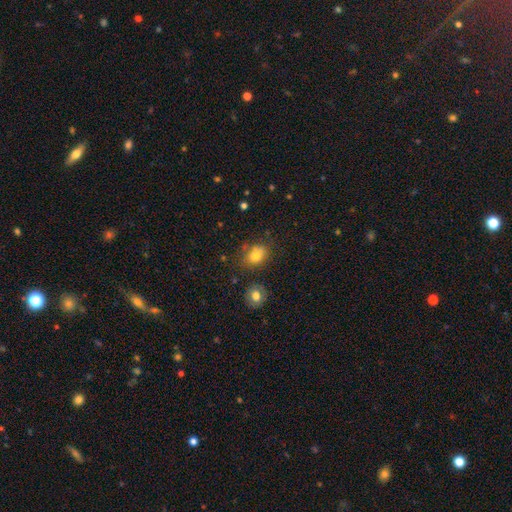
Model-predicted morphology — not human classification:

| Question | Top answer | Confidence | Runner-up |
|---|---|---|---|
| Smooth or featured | smooth | 77% | star or artifact (12%) |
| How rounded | in between | 57% | round (42%) |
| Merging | none | 66% | minor disturbance (19%) |